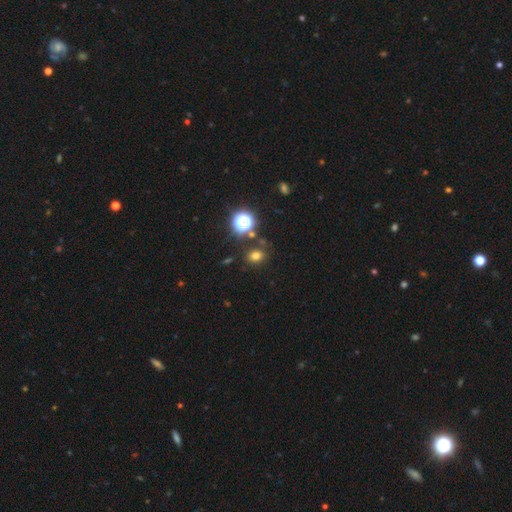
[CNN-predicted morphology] smooth 70%, star or artifact 22%, featured or disk 7%. Down the decision tree: how rounded — round (56%); merging — none (79%).